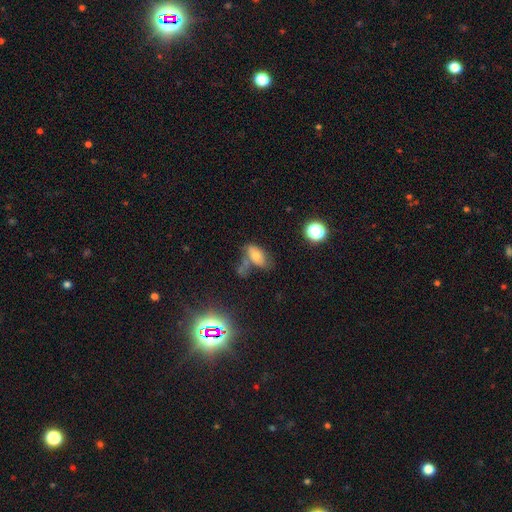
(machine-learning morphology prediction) type=smooth (66%); roundness=in between (89%); merging=none (43%).